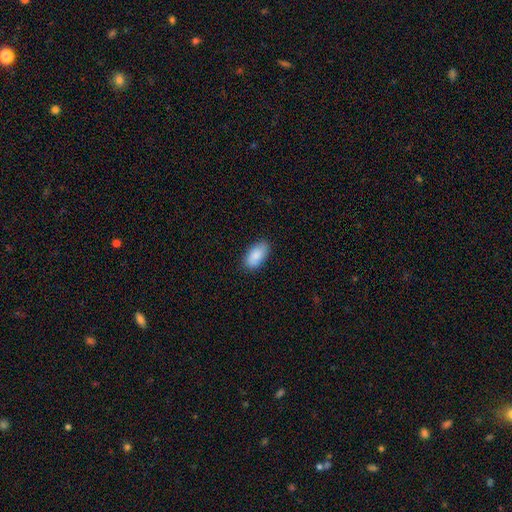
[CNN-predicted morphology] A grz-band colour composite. It shows a smooth galaxy with no disk features (87%) that is in between round and cigar-shaped (94%). Merging: none (86%).